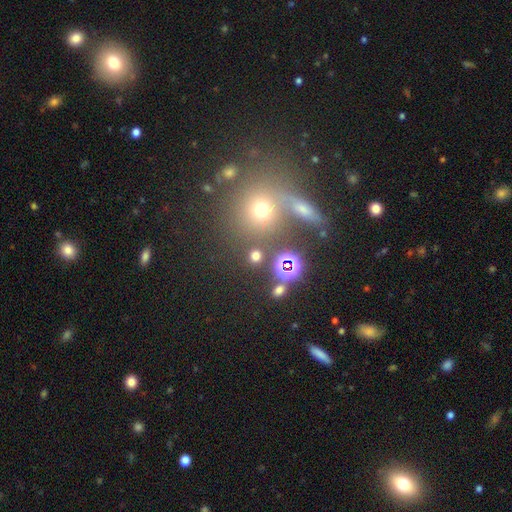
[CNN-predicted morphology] Q: Smooth or featured?
A: smooth (64%); runner-up: star or artifact (28%)
Q: How rounded?
A: round (83%); runner-up: in between (15%)
Q: Merging?
A: none (77%); runner-up: merger (11%)